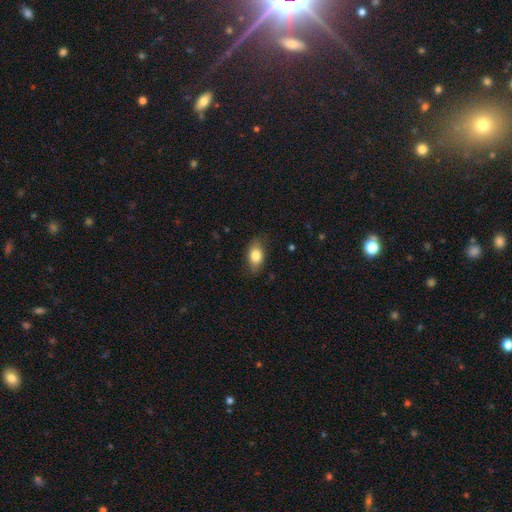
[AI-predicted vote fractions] Smooth or featured?
  - smooth: 82% *
  - featured or disk: 11%
  - star or artifact: 7%
How rounded?
  - in between: 86% *
  - round: 12%
  - cigar-shaped: 3%
Merging?
  - none: 80% *
  - minor disturbance: 15%
  - major disturbance: 4%
  - merger: 1%